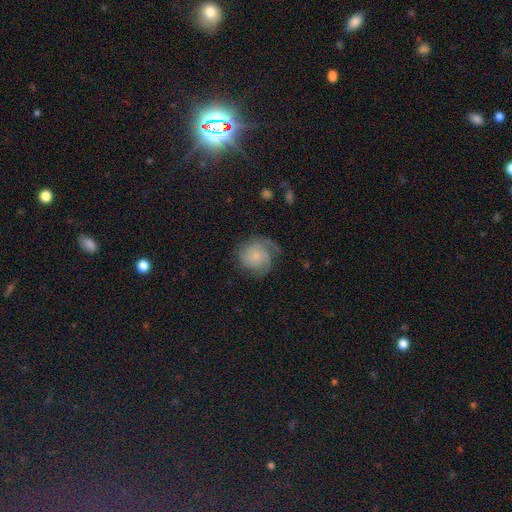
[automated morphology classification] Smooth or featured? featured or disk (63%)
Edge-on disk? no (98%)
Bar? no (77%)
Spiral arms? yes (92%)
Spiral winding? tight (47%)
Spiral arm count? 3 (28%)
Bulge size? small (64%)
Merging? none (63%)